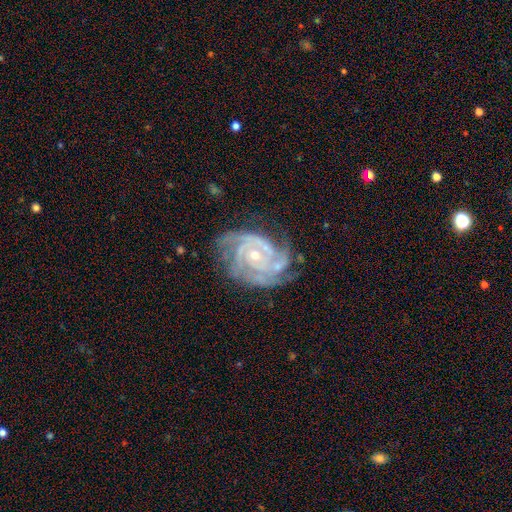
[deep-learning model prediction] Smooth or featured? featured or disk (91%)
Edge-on disk? no (97%)
Bar? no (71%)
Spiral arms? yes (98%)
Spiral winding? tight (70%)
Spiral arm count? 3 (38%)
Bulge size? small (63%)
Merging? none (61%)